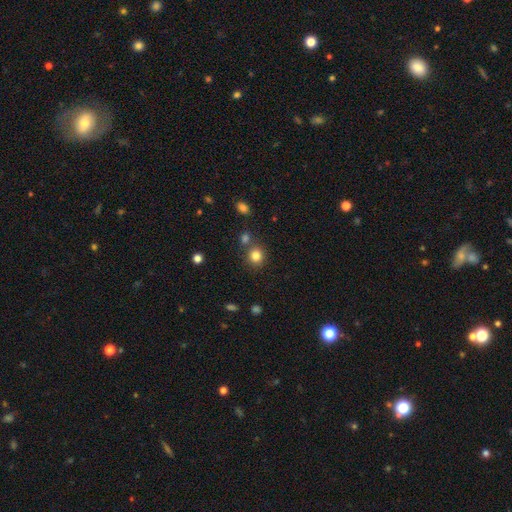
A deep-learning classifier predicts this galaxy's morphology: A smooth galaxy with no disk features (82%) that is round (82%). Merging: none (74%).